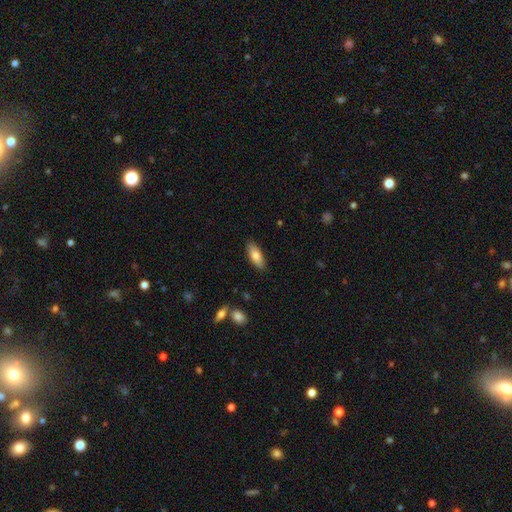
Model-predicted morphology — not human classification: Smooth or featured: smooth — 79% (featured or disk — 14%)
How rounded: in between — 71% (cigar-shaped — 27%)
Merging: none — 87% (minor disturbance — 10%)